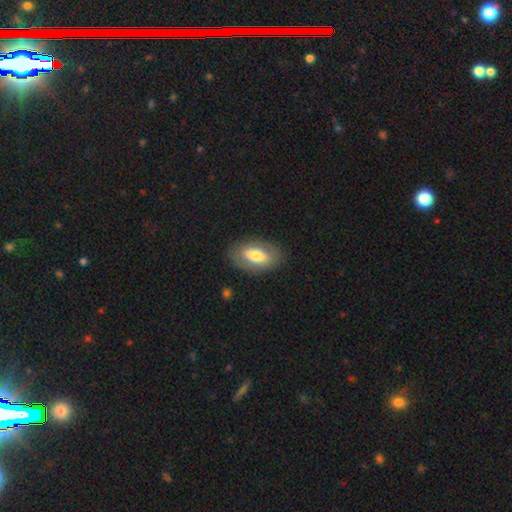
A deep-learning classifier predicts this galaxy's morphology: smooth_or_featured: smooth (p=0.66) [alt: featured or disk p=0.28]
how_rounded: in between (p=0.91) [alt: round p=0.05]
merging: none (p=0.83) [alt: minor disturbance p=0.12]